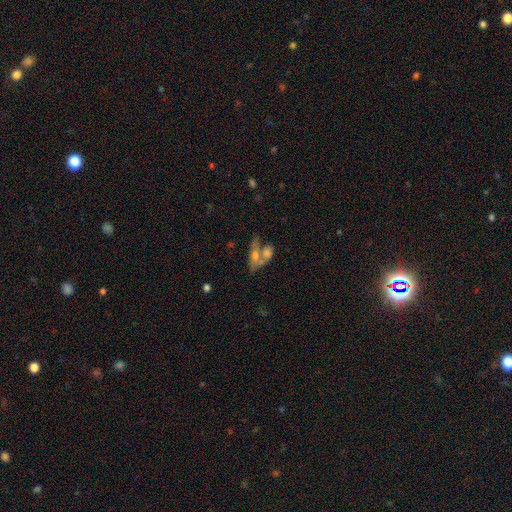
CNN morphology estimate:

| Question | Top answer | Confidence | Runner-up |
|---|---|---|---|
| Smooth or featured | smooth | 48% | featured or disk (42%) |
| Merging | merger | 57% | none (26%) |